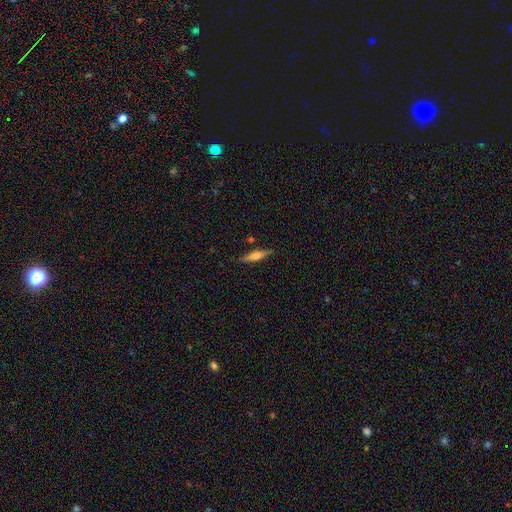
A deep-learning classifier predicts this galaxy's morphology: Smooth or featured? Predicted: featured or disk (p=0.51). Edge-on disk? Predicted: yes (p=0.95). Merging? Predicted: none (p=0.84).